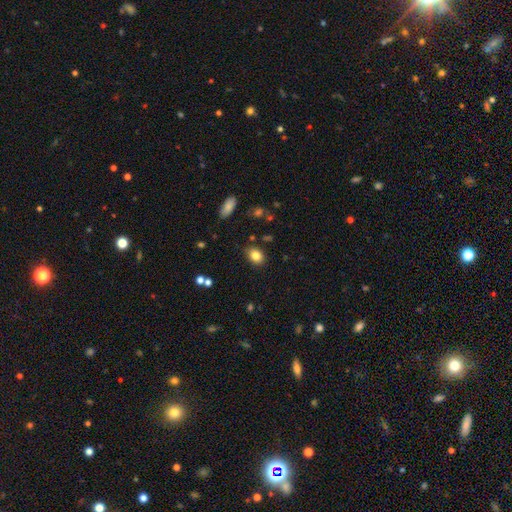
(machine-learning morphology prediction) smooth-or-featured: smooth: 83% | star or artifact: 10% | featured or disk: 7%
  how-rounded: in between: 64% | round: 35% | cigar-shaped: 1%
  merging: none: 83% | minor disturbance: 12% | major disturbance: 3% | merger: 2%